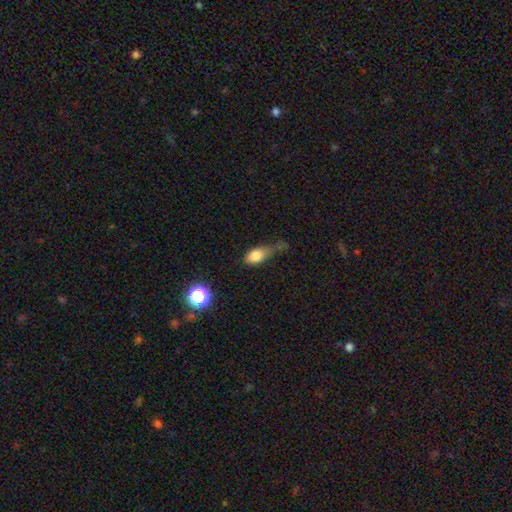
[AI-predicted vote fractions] Smooth or featured? smooth (77%)
How rounded? in between (78%)
Merging? major disturbance (36%)